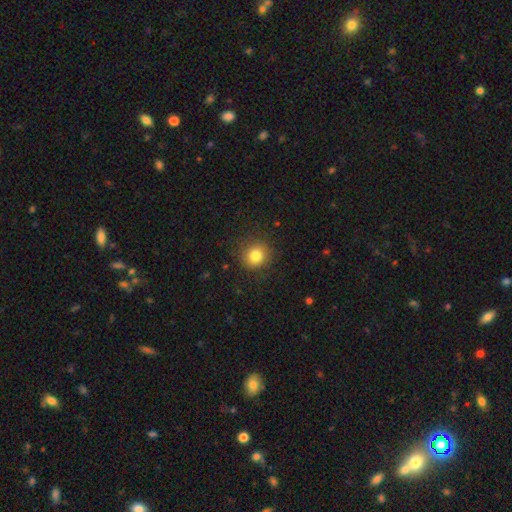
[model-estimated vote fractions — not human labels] Smooth or featured?
  - smooth: 81% *
  - star or artifact: 11%
  - featured or disk: 8%
How rounded?
  - round: 89% *
  - in between: 10%
  - cigar-shaped: 1%
Merging?
  - none: 86% *
  - minor disturbance: 10%
  - major disturbance: 4%
  - merger: 1%